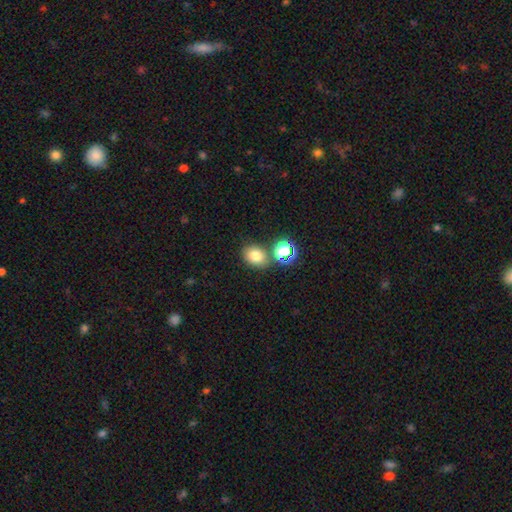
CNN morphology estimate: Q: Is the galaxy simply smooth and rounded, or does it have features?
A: smooth — 74%.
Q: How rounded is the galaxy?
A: in between — 51%.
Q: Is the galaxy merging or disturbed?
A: none — 71%.